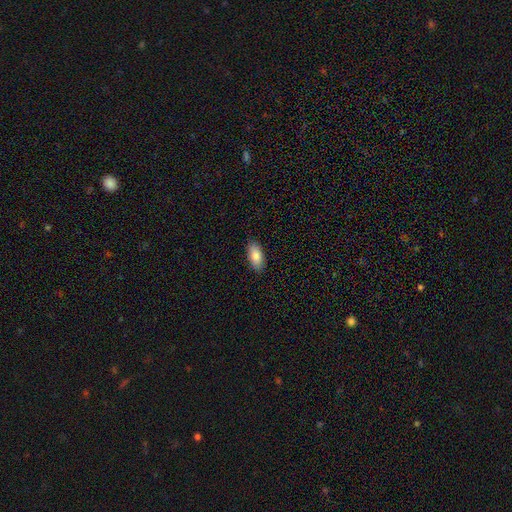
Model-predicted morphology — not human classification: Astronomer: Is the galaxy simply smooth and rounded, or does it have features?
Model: smooth — 84%.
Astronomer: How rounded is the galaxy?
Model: in between — 90%.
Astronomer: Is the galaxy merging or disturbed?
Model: none — 88%.